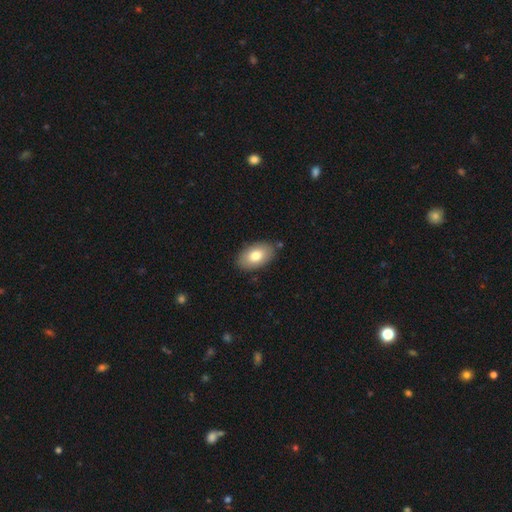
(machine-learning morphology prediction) Q: Smooth or featured?
A: smooth (77%); runner-up: featured or disk (16%)
Q: How rounded?
A: in between (93%); runner-up: round (6%)
Q: Merging?
A: none (85%); runner-up: minor disturbance (11%)